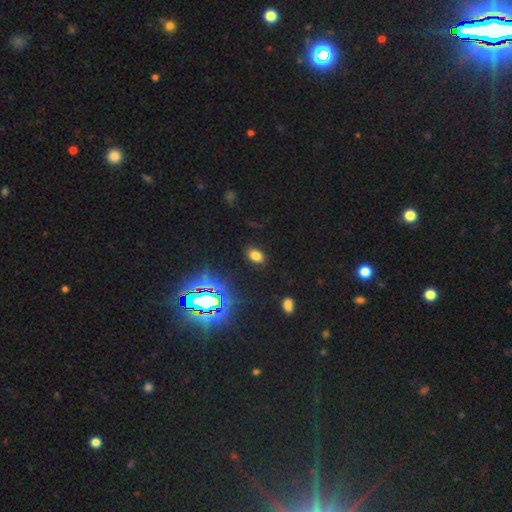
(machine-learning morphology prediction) A smooth galaxy with no disk features (73%) that is in between round and cigar-shaped (83%). Merging: none (86%).